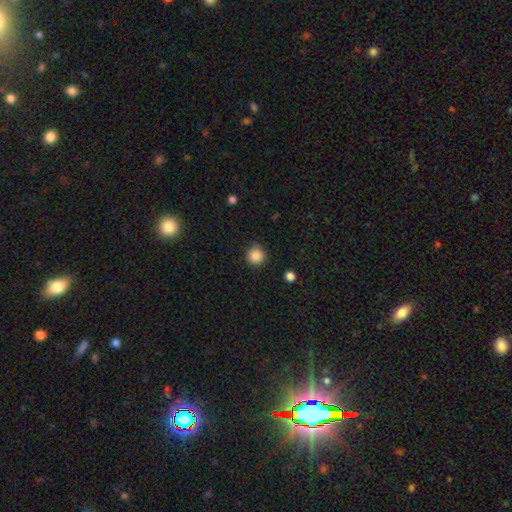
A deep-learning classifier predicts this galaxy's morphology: Smooth or featured: smooth — 87% (star or artifact — 10%)
How rounded: round — 94% (in between — 5%)
Merging: none — 86% (minor disturbance — 10%)